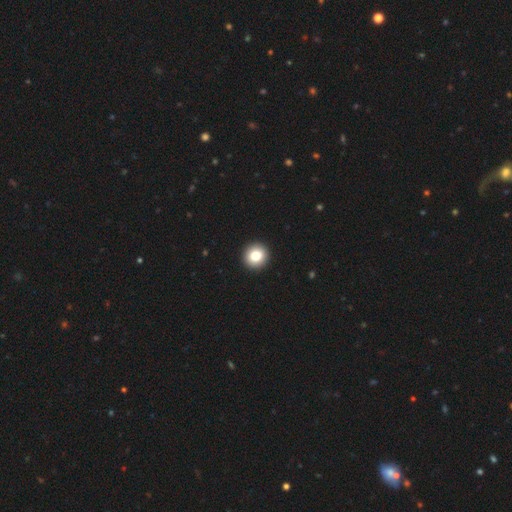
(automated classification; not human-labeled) This is clearly a smooth galaxy (81%). How rounded: clearly round (94%). Merging: clearly none (94%).